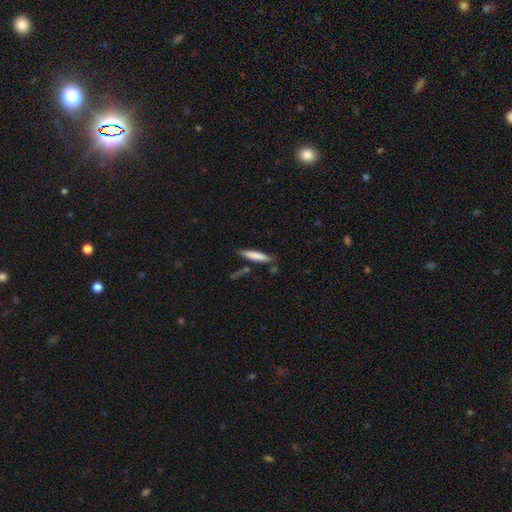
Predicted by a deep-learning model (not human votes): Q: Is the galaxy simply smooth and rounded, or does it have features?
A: smooth — 78%.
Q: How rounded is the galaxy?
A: cigar-shaped — 88%.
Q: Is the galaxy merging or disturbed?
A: none — 78%.